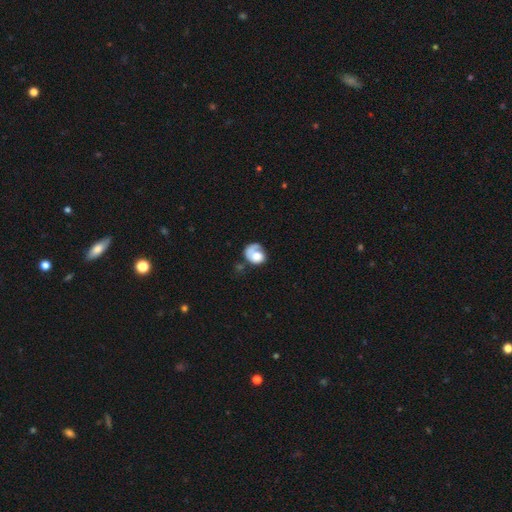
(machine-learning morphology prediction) Smooth or featured: featured or disk — 49% (smooth — 44%)
Merging: none — 37% (major disturbance — 33%)